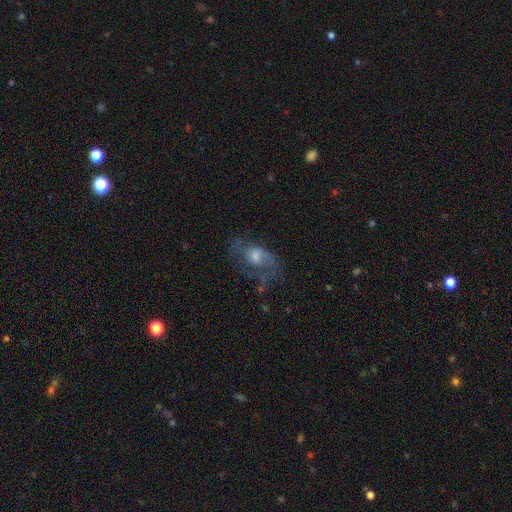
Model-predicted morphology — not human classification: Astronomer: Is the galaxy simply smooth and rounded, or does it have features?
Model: featured or disk — 61%.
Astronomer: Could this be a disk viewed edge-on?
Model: no — 95%.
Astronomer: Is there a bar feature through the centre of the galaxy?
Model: no — 66%.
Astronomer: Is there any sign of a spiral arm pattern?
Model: yes — 69%.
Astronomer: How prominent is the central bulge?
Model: moderate — 49% (runner-up: small, 32%).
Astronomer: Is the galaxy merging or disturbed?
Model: none — 45% (runner-up: major disturbance, 31%).